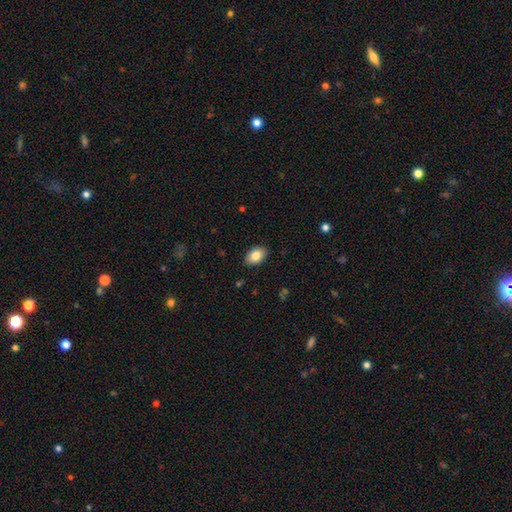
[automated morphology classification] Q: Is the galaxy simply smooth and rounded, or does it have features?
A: smooth — 83%.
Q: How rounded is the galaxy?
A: in between — 89%.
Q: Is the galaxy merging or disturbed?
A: none — 88%.